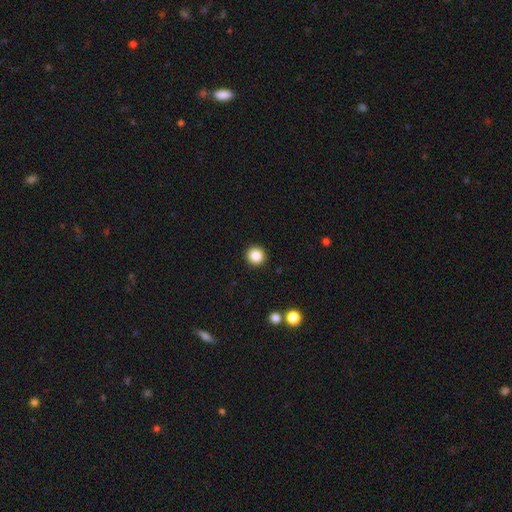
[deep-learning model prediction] A smooth galaxy with no disk features (85%) that is round (95%).

Vote fractions:
- Smooth or featured? smooth: 85% / star or artifact: 11% / featured or disk: 4%
- How rounded? round: 95% / in between: 4% / cigar-shaped: 1%
- Merging? none: 93% / minor disturbance: 4% / major disturbance: 2% / merger: 1%